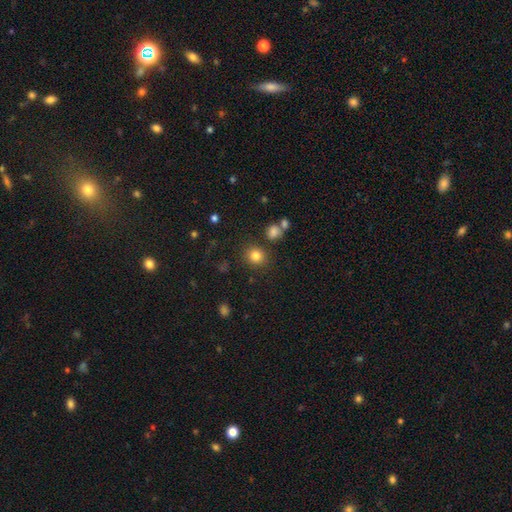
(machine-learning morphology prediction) smooth 82%, star or artifact 12%, featured or disk 5%. Down the decision tree: how rounded — round (85%); merging — none (83%).